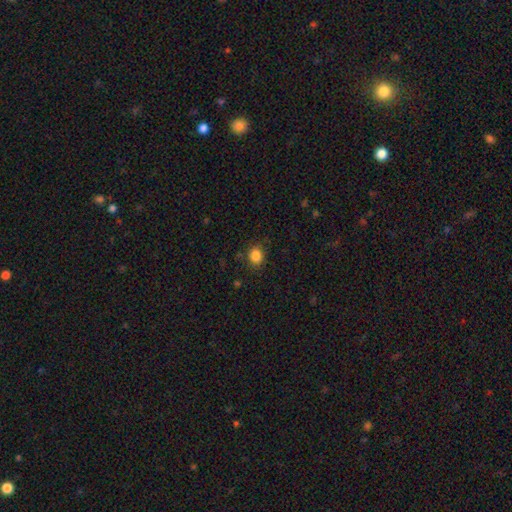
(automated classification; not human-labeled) smooth 85%, star or artifact 11%, featured or disk 4%. Down the decision tree: how rounded — round (58%); merging — none (81%).